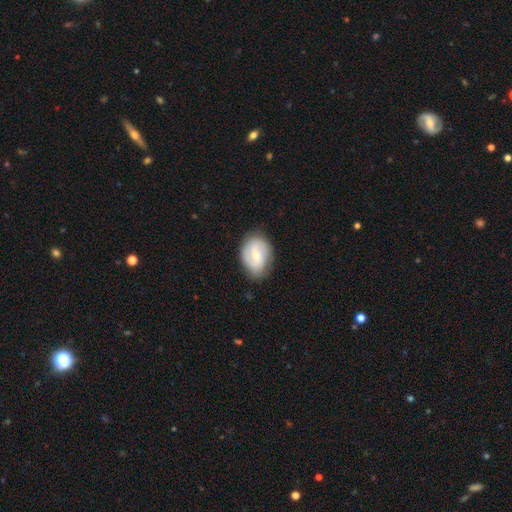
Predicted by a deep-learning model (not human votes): smooth-or-featured: featured or disk: 54% | smooth: 40% | star or artifact: 6%
  disk-edge-on: no: 96% | yes: 4%
    bar: no: 45% | weak: 43% | strong: 12%
    has-spiral-arms: yes: 77% | no: 23%
    bulge-size: small: 52% | moderate: 45% | large: 2% | none: 1% | dominant: 1%
  merging: none: 79% | minor disturbance: 16% | major disturbance: 4% | merger: 1%